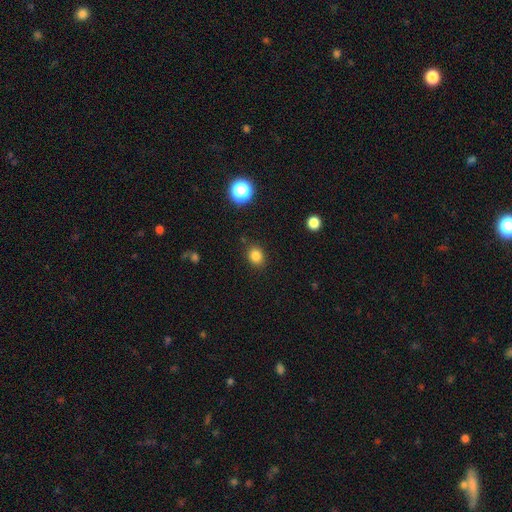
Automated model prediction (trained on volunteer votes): Smooth or featured? smooth (83%)
How rounded? round (62%)
Merging? none (87%)